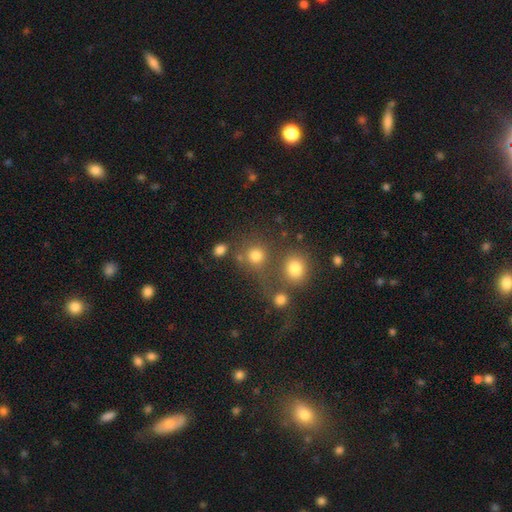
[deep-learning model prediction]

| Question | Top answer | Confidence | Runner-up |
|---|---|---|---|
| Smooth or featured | smooth | 78% | star or artifact (15%) |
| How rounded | round | 87% | in between (12%) |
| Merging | none | 61% | merger (24%) |